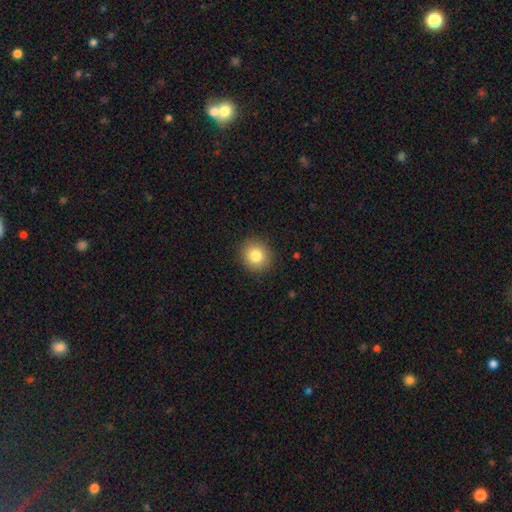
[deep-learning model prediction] The model was most divided on "how rounded": round: 85%, in between: 14%, cigar-shaped: 1%. More confident: merging — none (91%); smooth or featured — smooth (82%).